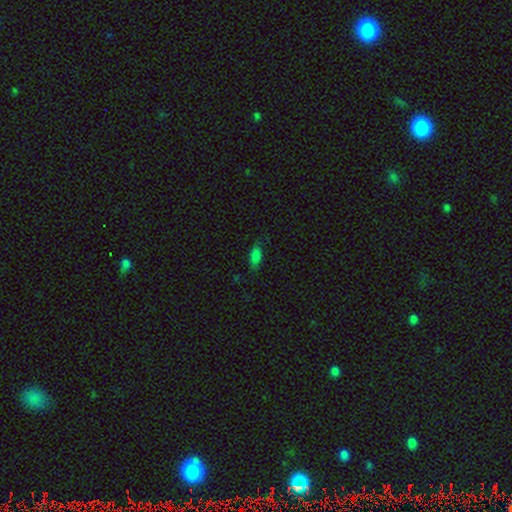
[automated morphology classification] Smooth or featured: smooth — 81% (star or artifact — 12%)
How rounded: in between — 85% (cigar-shaped — 12%)
Merging: none — 74% (minor disturbance — 20%)